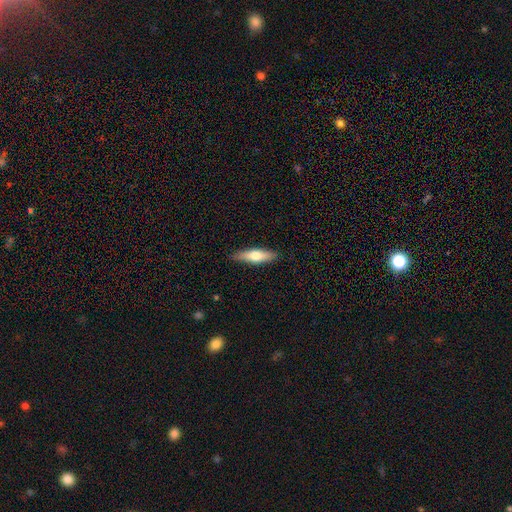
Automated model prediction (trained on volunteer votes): Smooth or featured? Predicted: smooth (p=0.61). How rounded? Predicted: cigar-shaped (p=0.61). Merging? Predicted: none (p=0.88).